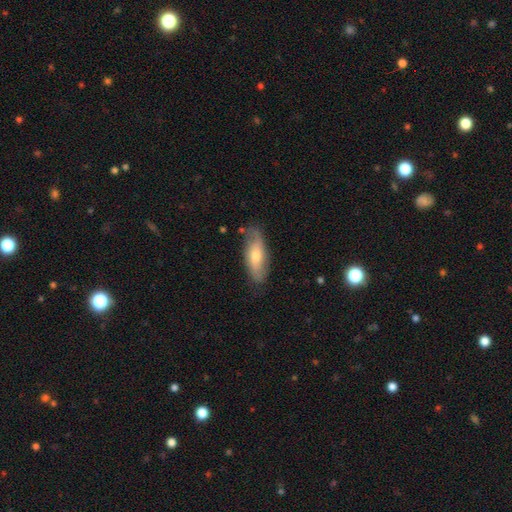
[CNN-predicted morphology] smooth_or_featured: smooth (p=0.53) [alt: featured or disk p=0.41]
how_rounded: in between (p=0.74) [alt: cigar-shaped p=0.24]
merging: none (p=0.72) [alt: minor disturbance p=0.22]